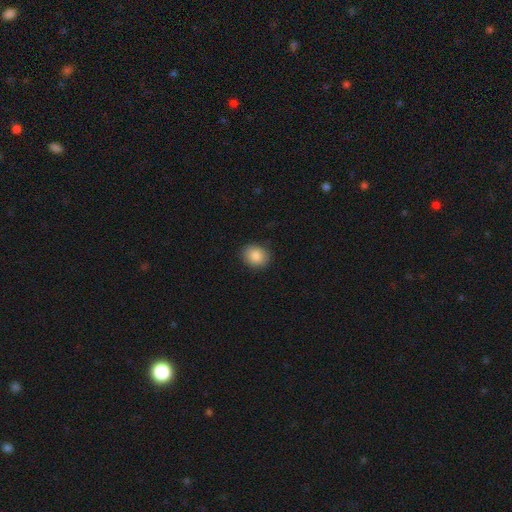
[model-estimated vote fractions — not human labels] Q: Smooth or featured?
A: smooth (87%); runner-up: star or artifact (8%)
Q: How rounded?
A: round (59%); runner-up: in between (40%)
Q: Merging?
A: none (88%); runner-up: minor disturbance (8%)